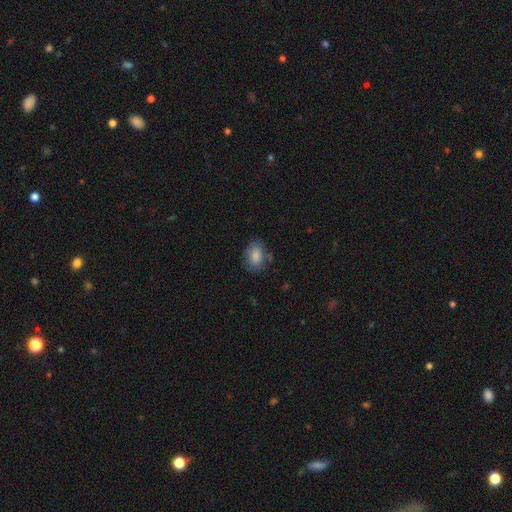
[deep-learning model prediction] Q: Smooth or featured?
A: smooth (84%); runner-up: featured or disk (8%)
Q: How rounded?
A: in between (74%); runner-up: round (25%)
Q: Merging?
A: none (73%); runner-up: minor disturbance (19%)